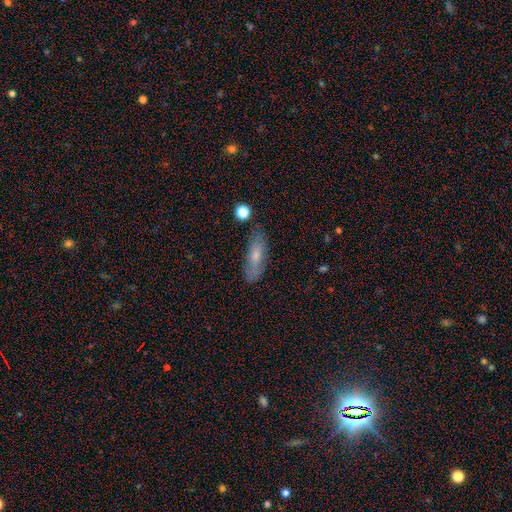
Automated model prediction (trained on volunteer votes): A smooth galaxy with no disk features (61%) that is in between round and cigar-shaped (58%). Merging: none (77%).